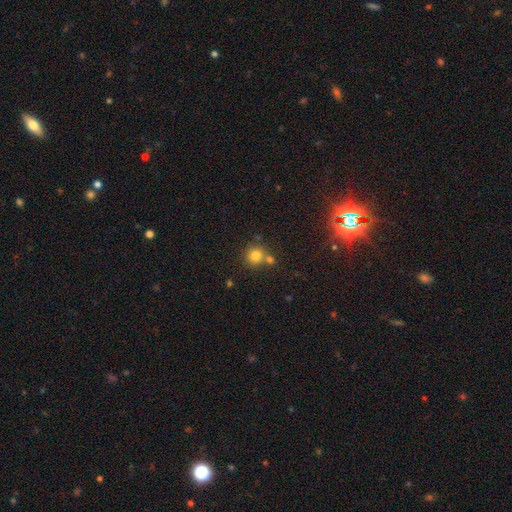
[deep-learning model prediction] Q: Smooth or featured?
A: smooth (79%); runner-up: star or artifact (13%)
Q: How rounded?
A: round (90%); runner-up: in between (9%)
Q: Merging?
A: none (64%); runner-up: merger (25%)